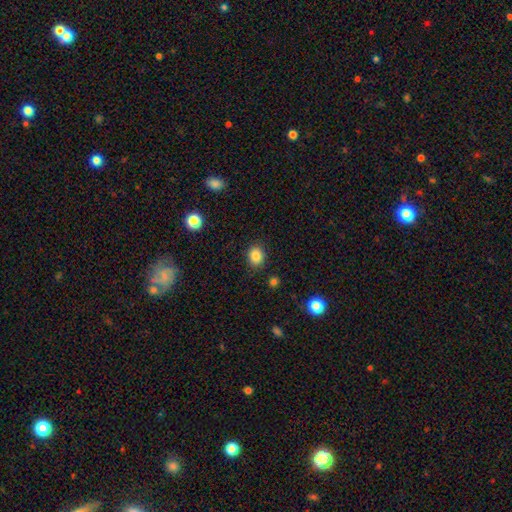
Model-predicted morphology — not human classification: A smooth galaxy with no disk features (85%) that is round (55%). Merging: none (85%).